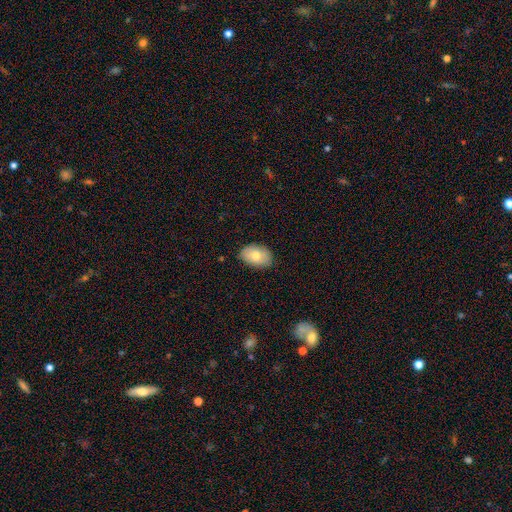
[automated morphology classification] Smooth or featured?
  - smooth: 76% *
  - featured or disk: 17%
  - star or artifact: 7%
How rounded?
  - in between: 88% *
  - round: 11%
  - cigar-shaped: 1%
Merging?
  - none: 83% *
  - minor disturbance: 13%
  - major disturbance: 2%
  - merger: 1%